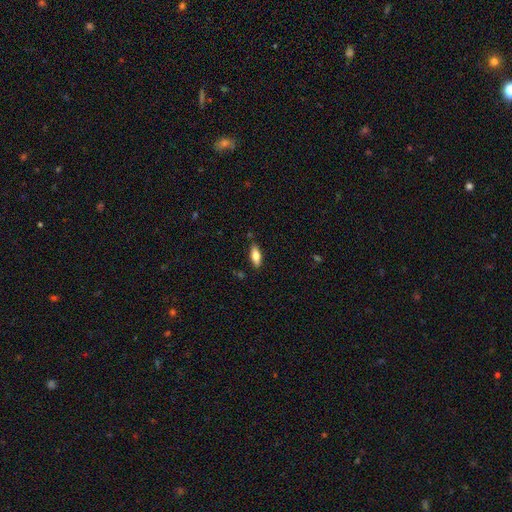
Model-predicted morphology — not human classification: smooth 75%, featured or disk 18%, star or artifact 7%. Down the decision tree: how rounded — in between (76%); merging — none (84%).